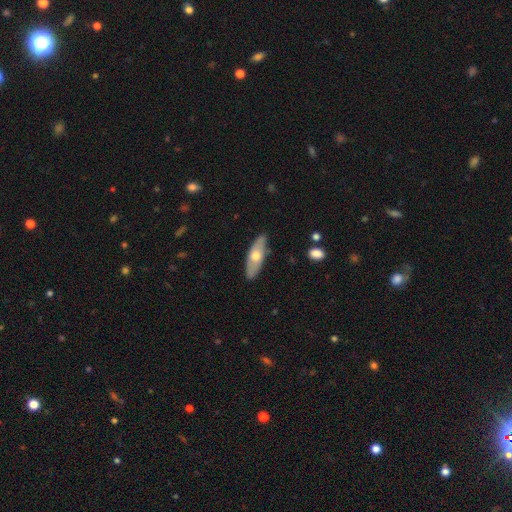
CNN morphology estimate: The model was most divided on "smooth or featured": smooth: 53%, featured or disk: 41%, star or artifact: 5%. More confident: merging — none (82%); how rounded — in between (61%).